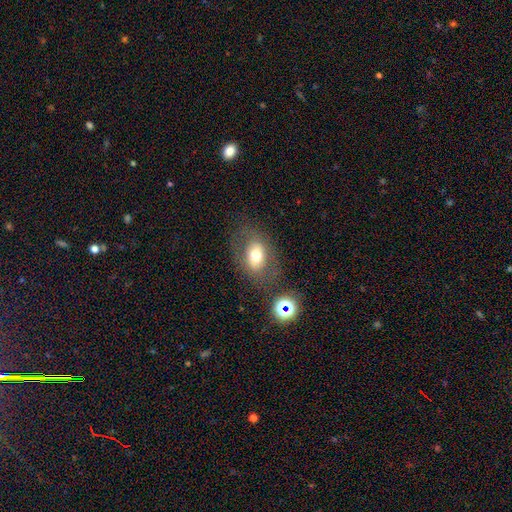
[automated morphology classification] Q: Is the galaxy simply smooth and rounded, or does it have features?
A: smooth — 64%.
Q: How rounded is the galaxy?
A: in between — 76%.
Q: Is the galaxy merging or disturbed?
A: none — 70%.